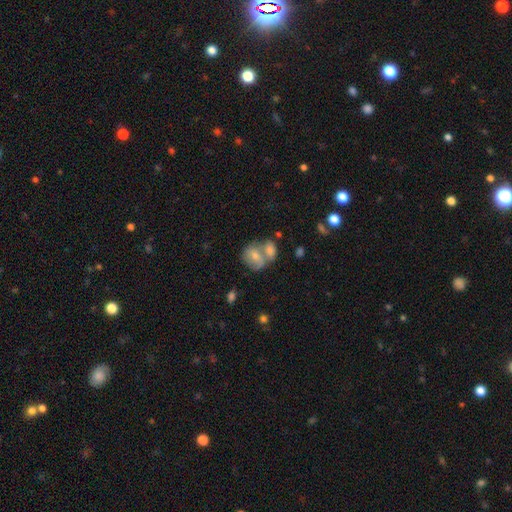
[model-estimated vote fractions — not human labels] smooth-or-featured: smooth: 52% | featured or disk: 36% | star or artifact: 12%
  how-rounded: round: 56% | in between: 41% | cigar-shaped: 2%
  merging: merger: 50% | none: 36% | minor disturbance: 10% | major disturbance: 5%